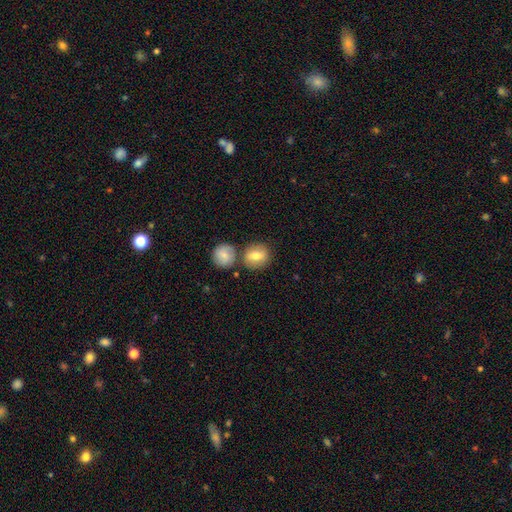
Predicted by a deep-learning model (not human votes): smooth_or_featured: smooth (p=0.75) [alt: featured or disk p=0.17]
how_rounded: round (p=0.71) [alt: in between p=0.28]
merging: none (p=0.64) [alt: merger p=0.23]